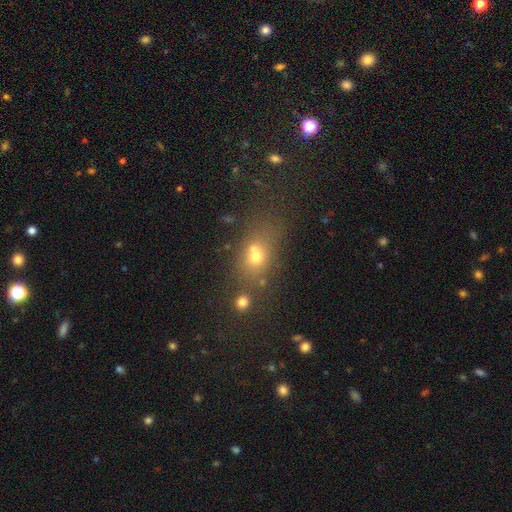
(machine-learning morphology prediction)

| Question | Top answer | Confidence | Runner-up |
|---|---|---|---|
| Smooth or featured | smooth | 56% | star or artifact (26%) |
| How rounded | in between | 53% | round (40%) |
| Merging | none | 45% | merger (31%) |